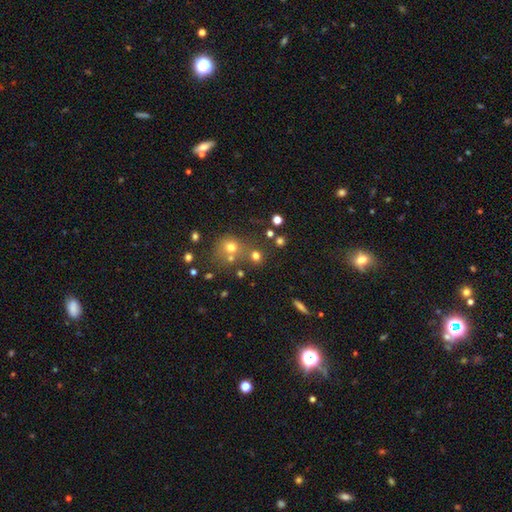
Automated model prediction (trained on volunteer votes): Overall: smooth (68%). How rounded: round (86%). Merging: none (61%; merger 26%).